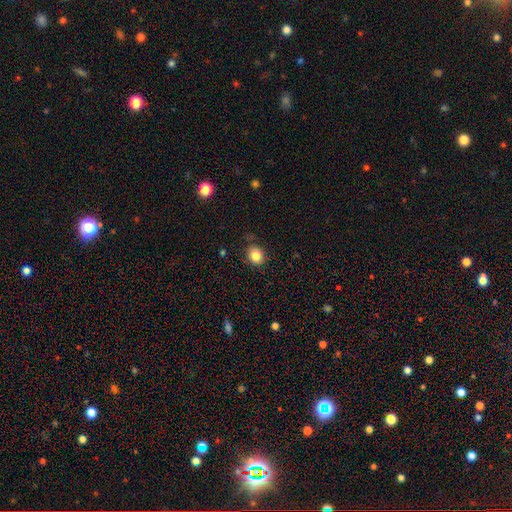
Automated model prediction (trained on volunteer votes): smooth-or-featured: smooth: 83% | star or artifact: 10% | featured or disk: 6%
  how-rounded: round: 67% | in between: 32% | cigar-shaped: 1%
  merging: none: 82% | minor disturbance: 13% | major disturbance: 3% | merger: 2%